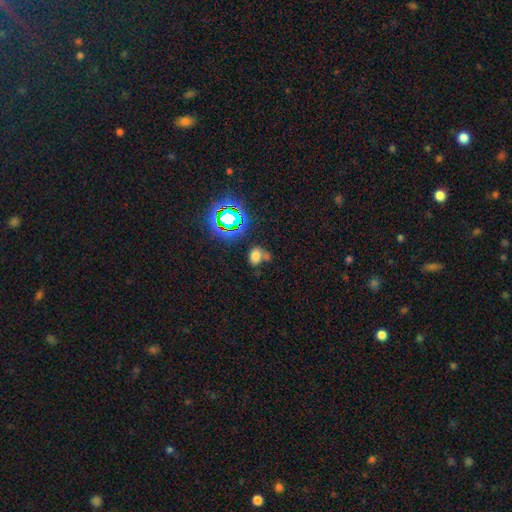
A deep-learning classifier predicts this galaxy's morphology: A smooth galaxy with no disk features (63%) that is in between round and cigar-shaped (66%). Merging: none (46%).